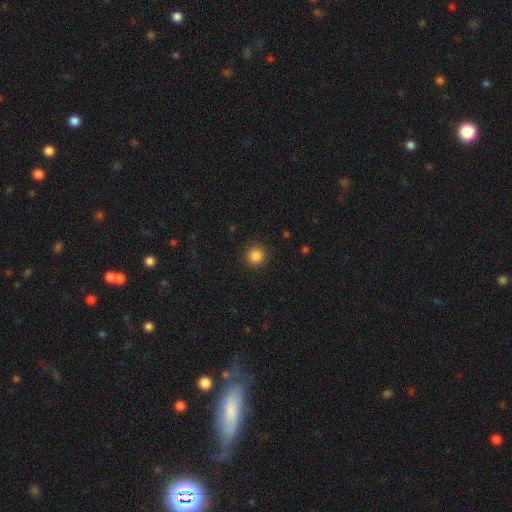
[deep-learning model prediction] A smooth galaxy with no disk features (86%) that is round (95%). Merging: none (91%).